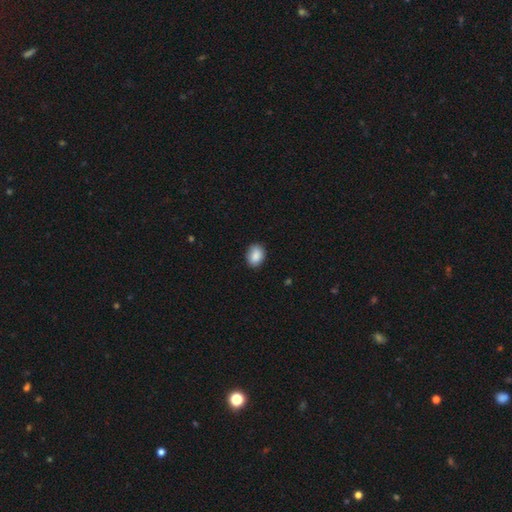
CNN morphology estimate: Q: Smooth or featured?
A: smooth (88%); runner-up: star or artifact (7%)
Q: How rounded?
A: in between (67%); runner-up: round (32%)
Q: Merging?
A: none (84%); runner-up: minor disturbance (13%)